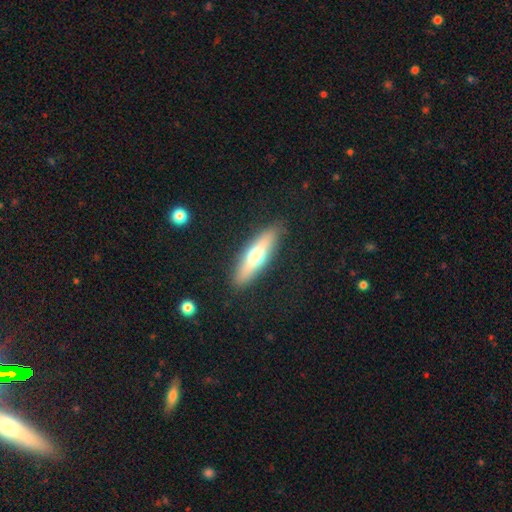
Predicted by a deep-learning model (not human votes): A smooth galaxy with no disk features (52%) that is cigar-shaped (63%). Merging: none (88%).